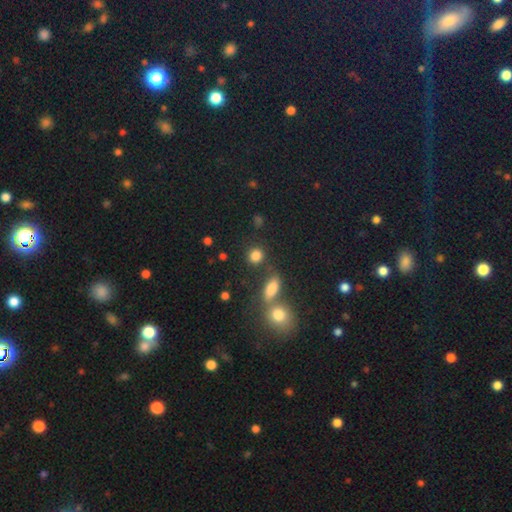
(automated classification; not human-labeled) Smooth or featured?
  - smooth: 82% *
  - star or artifact: 12%
  - featured or disk: 6%
How rounded?
  - round: 75% *
  - in between: 23%
  - cigar-shaped: 3%
Merging?
  - none: 71% *
  - merger: 14%
  - minor disturbance: 11%
  - major disturbance: 5%